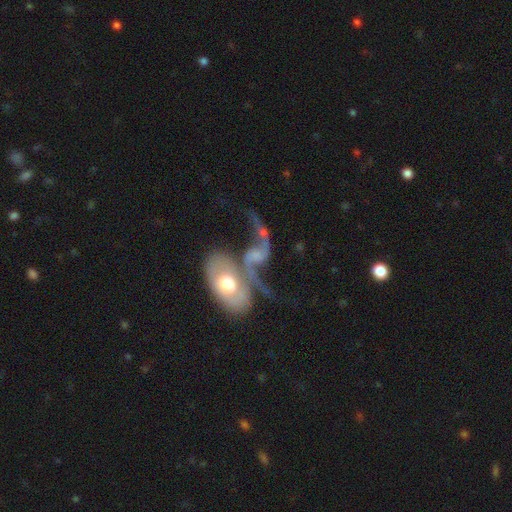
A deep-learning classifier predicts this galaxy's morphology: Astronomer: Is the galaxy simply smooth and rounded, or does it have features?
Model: featured or disk — 79%.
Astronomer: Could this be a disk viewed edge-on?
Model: no — 95%.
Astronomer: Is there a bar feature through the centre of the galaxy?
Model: no — 57% (runner-up: weak, 32%).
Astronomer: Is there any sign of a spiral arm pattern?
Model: yes — 87%.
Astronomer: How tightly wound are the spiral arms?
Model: loose — 81%.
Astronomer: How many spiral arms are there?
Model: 2 — 84%.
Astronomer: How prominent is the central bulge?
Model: moderate — 41% (runner-up: small, 28%).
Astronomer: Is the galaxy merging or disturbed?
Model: merger — 55%.